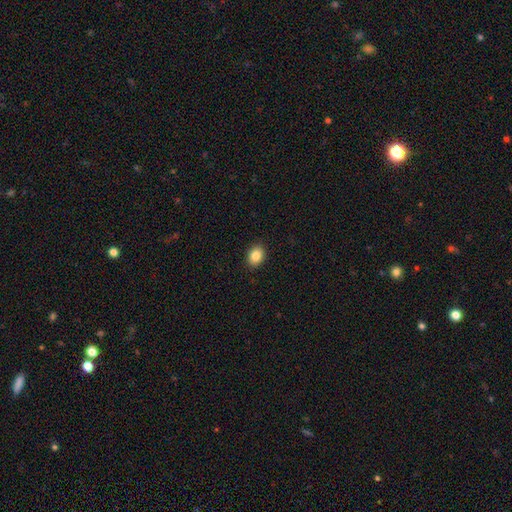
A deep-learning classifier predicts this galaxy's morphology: Smooth or featured: smooth — 85% (star or artifact — 9%)
How rounded: in between — 59% (round — 40%)
Merging: none — 91% (minor disturbance — 7%)